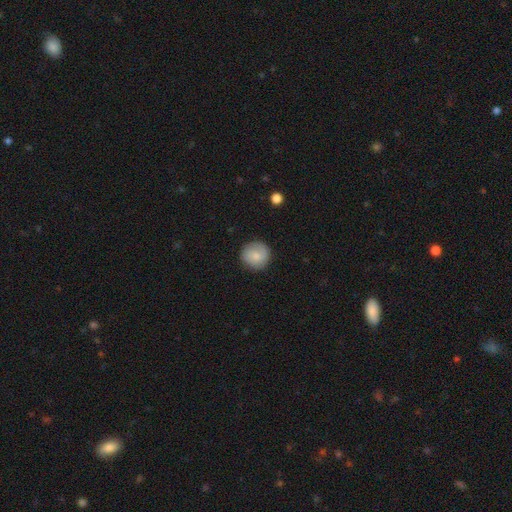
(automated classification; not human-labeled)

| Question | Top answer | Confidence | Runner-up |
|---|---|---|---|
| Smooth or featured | smooth | 73% | featured or disk (20%) |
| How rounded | round | 93% | in between (6%) |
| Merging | none | 85% | minor disturbance (11%) |